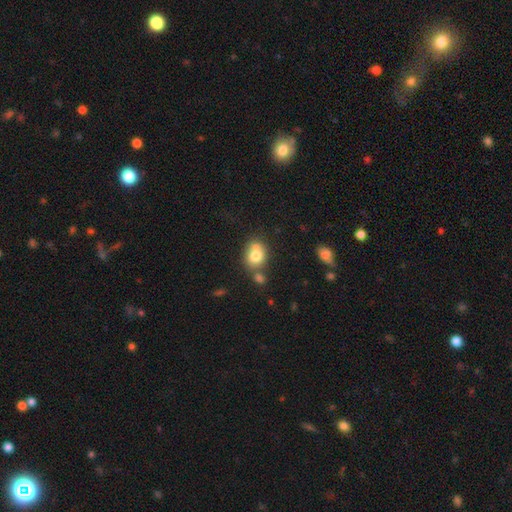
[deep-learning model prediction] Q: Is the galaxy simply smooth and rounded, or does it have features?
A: smooth — 76%.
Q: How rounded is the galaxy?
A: in between — 50%.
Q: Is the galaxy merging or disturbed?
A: none — 48%.